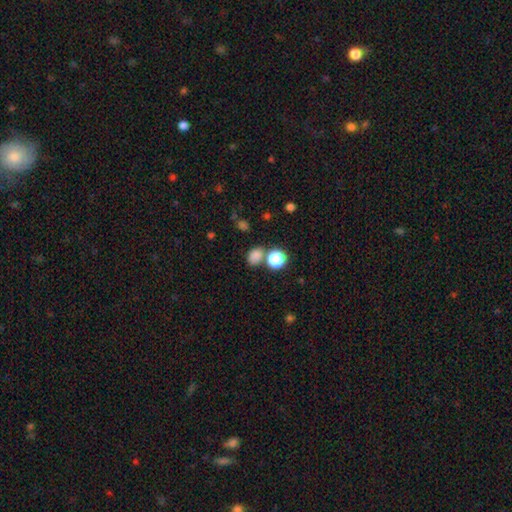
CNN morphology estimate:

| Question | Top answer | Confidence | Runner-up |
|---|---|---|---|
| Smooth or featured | smooth | 79% | star or artifact (17%) |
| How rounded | round | 52% | in between (47%) |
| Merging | none | 68% | merger (18%) |